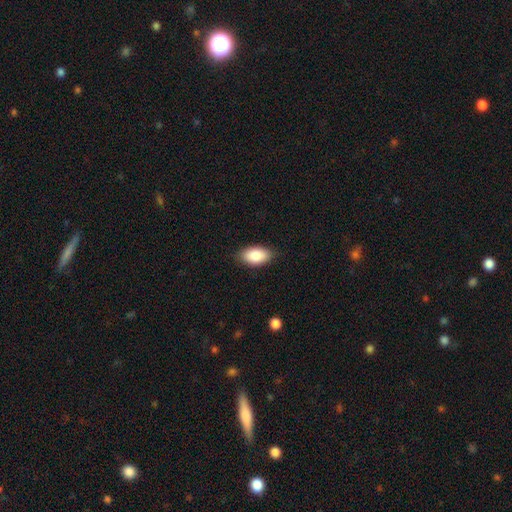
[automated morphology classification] Smooth or featured: smooth — 87% (featured or disk — 7%)
How rounded: in between — 94% (round — 4%)
Merging: none — 85% (minor disturbance — 12%)